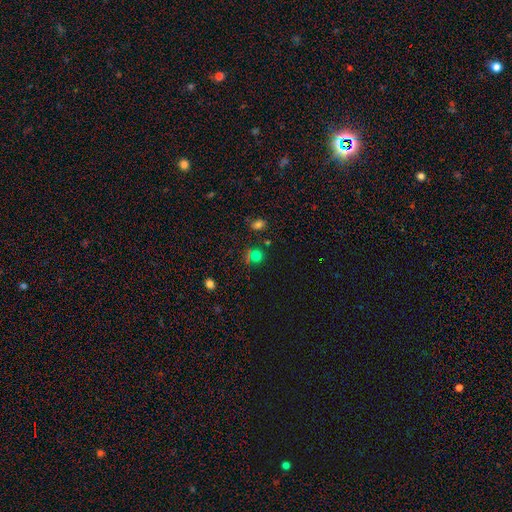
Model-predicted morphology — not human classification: This is likely a smooth galaxy (66%). How rounded: clearly round (87%). Merging: likely none (69%).